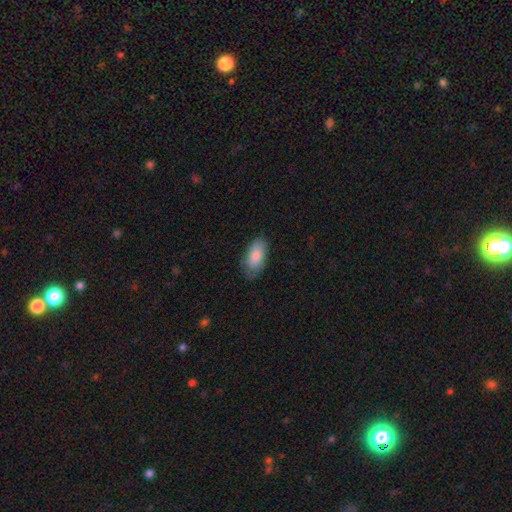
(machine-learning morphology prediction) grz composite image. It shows a smooth galaxy with no disk features (83%) that is in between round and cigar-shaped (93%). Merging: none (75%).